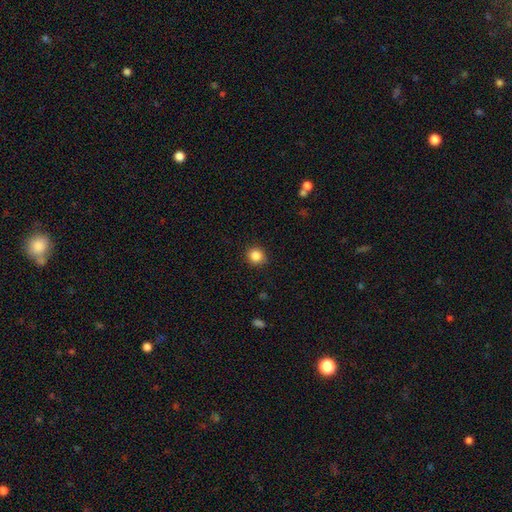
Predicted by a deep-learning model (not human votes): Q: Smooth or featured?
A: smooth (85%); runner-up: star or artifact (11%)
Q: How rounded?
A: round (90%); runner-up: in between (9%)
Q: Merging?
A: none (86%); runner-up: minor disturbance (10%)